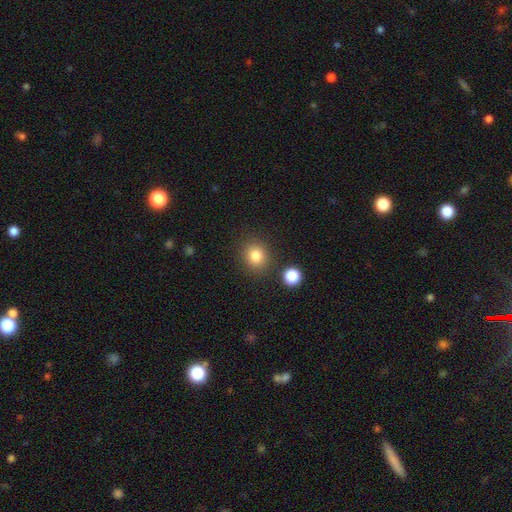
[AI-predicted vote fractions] Smooth or featured? smooth (82%)
How rounded? round (79%)
Merging? none (84%)